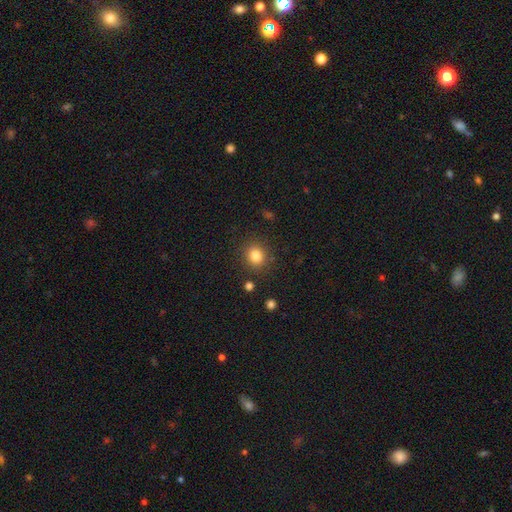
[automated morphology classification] Smooth or featured? smooth (83%)
How rounded? round (81%)
Merging? none (86%)